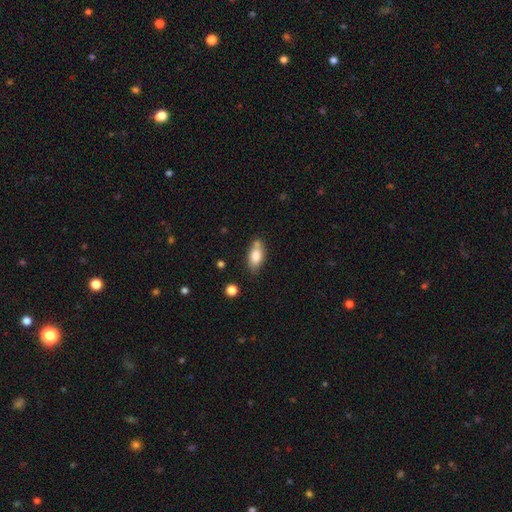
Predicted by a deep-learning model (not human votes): Smooth or featured: smooth — 79% (featured or disk — 13%)
How rounded: in between — 86% (cigar-shaped — 10%)
Merging: none — 67% (minor disturbance — 20%)